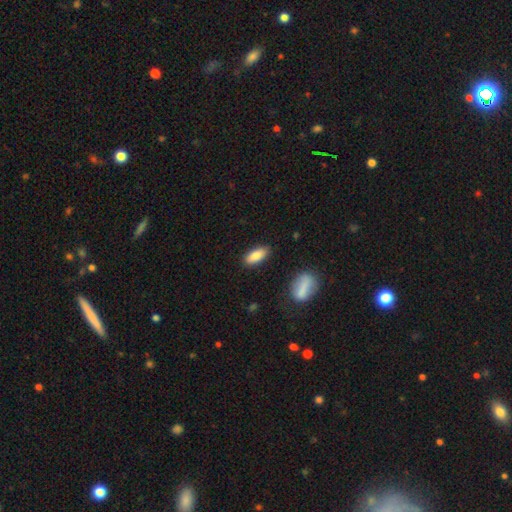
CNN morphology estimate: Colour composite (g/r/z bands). It shows a smooth galaxy with no disk features (84%) that is in between round and cigar-shaped (82%). Merging: none (87%).